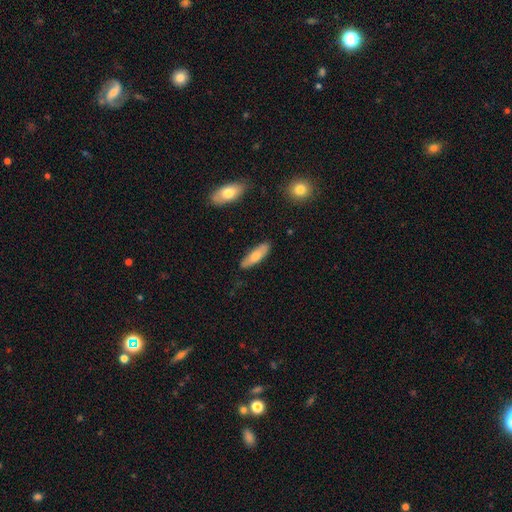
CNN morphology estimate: smooth 70%, featured or disk 24%, star or artifact 6%. Down the decision tree: how rounded — cigar-shaped (58%); merging — none (86%).